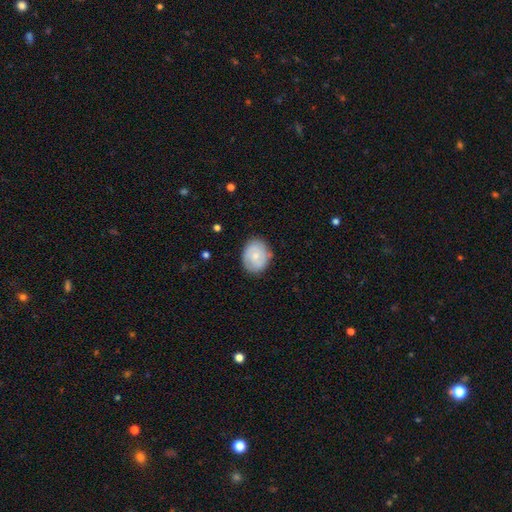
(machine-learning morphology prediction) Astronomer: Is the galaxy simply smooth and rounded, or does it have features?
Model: smooth — 60%.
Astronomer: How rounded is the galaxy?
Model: round — 53% (runner-up: in between, 46%).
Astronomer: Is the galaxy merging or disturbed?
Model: none — 79%.